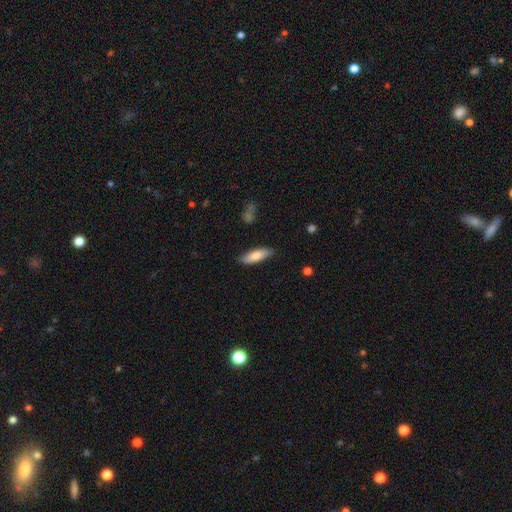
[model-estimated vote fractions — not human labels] Smooth or featured? smooth (79%)
How rounded? in between (53%)
Merging? none (83%)